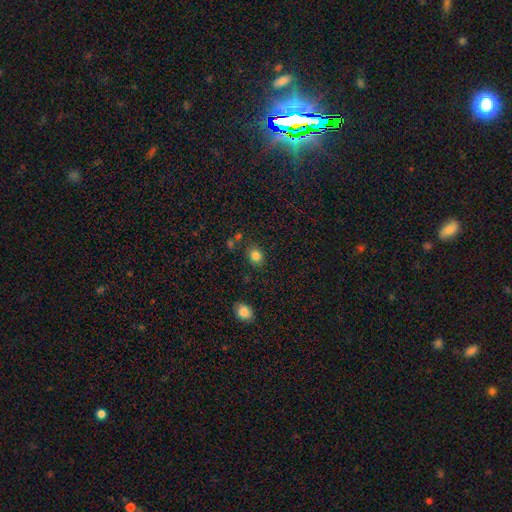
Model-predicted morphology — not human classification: smooth_or_featured: smooth (p=0.83) [alt: star or artifact p=0.11]
how_rounded: round (p=0.55) [alt: in between p=0.44]
merging: none (p=0.81) [alt: minor disturbance p=0.12]